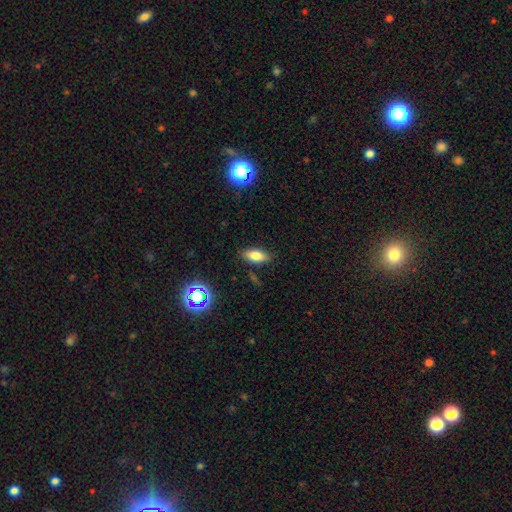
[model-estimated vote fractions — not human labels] Overall: smooth (79%). How rounded: in between (85%). Merging: none (84%).